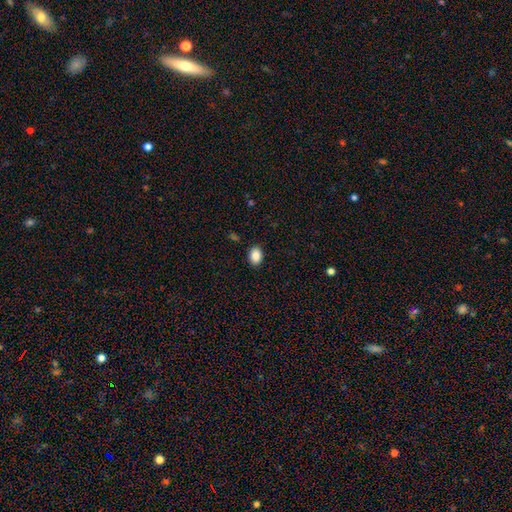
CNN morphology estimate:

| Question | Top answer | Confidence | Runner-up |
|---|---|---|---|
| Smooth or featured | smooth | 88% | star or artifact (8%) |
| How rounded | in between | 74% | round (25%) |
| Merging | none | 89% | minor disturbance (8%) |